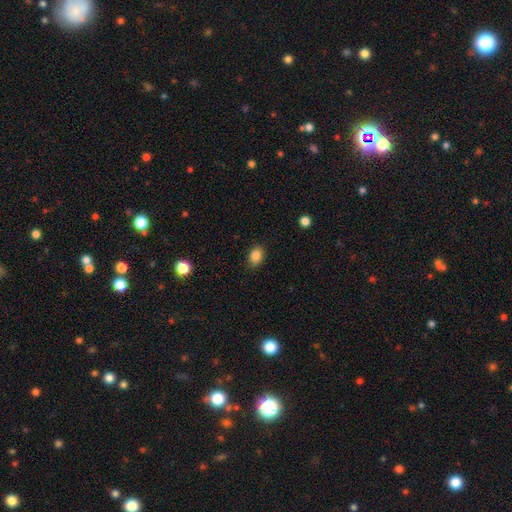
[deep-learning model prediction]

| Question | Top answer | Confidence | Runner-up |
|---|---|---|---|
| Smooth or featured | smooth | 85% | star or artifact (10%) |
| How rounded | in between | 70% | round (29%) |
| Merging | none | 86% | minor disturbance (11%) |